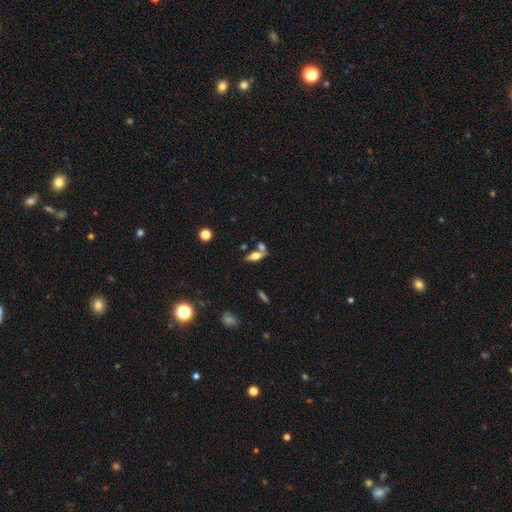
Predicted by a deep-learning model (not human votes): A smooth galaxy with no disk features (51%) that is in between round and cigar-shaped (66%).

Vote fractions:
- Smooth or featured? smooth: 51% / featured or disk: 39% / star or artifact: 10%
- How rounded? in between: 66% / cigar-shaped: 29% / round: 5%
- Merging? none: 53% / merger: 31% / minor disturbance: 11% / major disturbance: 5%